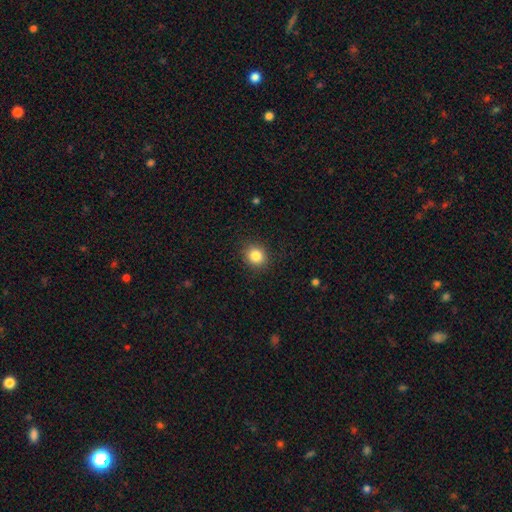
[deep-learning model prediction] Overall: smooth (85%). How rounded: round (80%). Merging: none (89%).